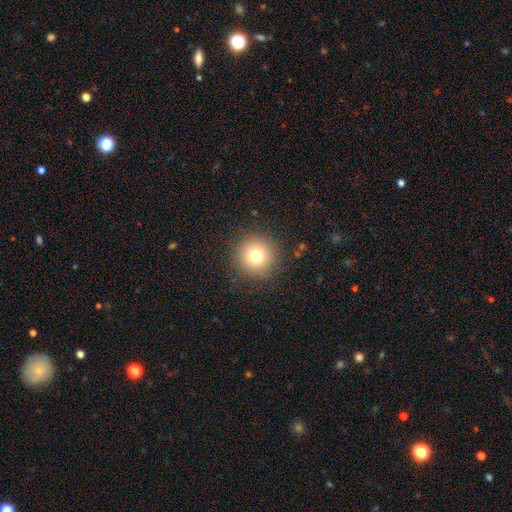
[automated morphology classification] Smooth or featured: smooth — 78% (star or artifact — 12%)
How rounded: round — 96% (in between — 3%)
Merging: none — 90% (minor disturbance — 6%)